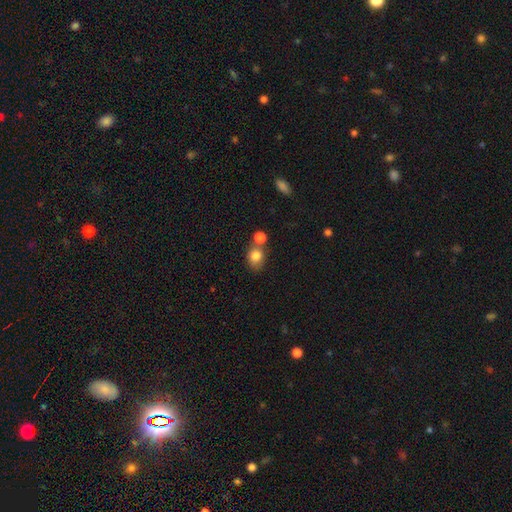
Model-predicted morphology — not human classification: Smooth or featured? Predicted: smooth (p=0.81). How rounded? Predicted: round (p=0.61). Merging? Predicted: none (p=0.51).